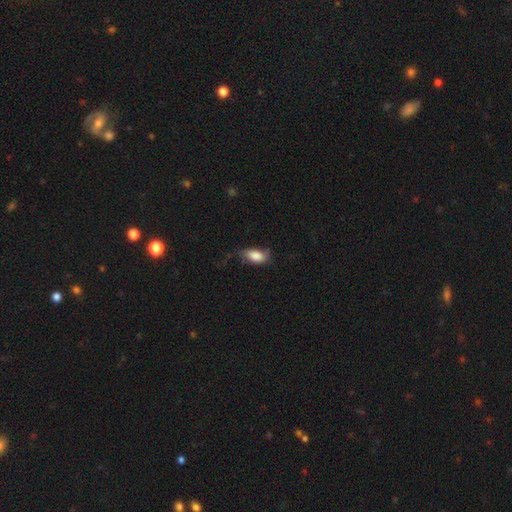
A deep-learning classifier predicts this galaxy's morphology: A smooth galaxy with no disk features (80%) that is in between round and cigar-shaped (88%). Merging: none (49%).